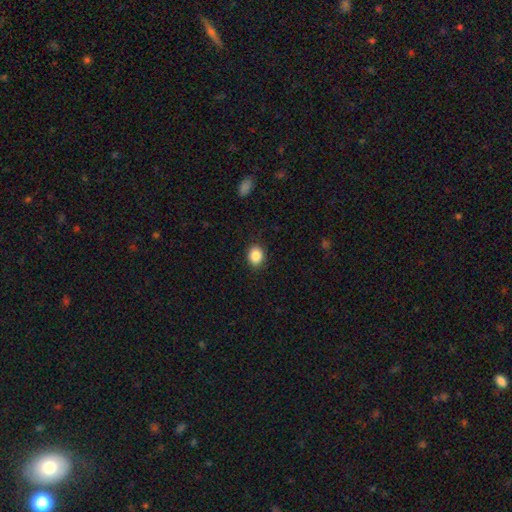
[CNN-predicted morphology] smooth 87%, star or artifact 9%, featured or disk 4%. Down the decision tree: how rounded — round (54%); merging — none (89%).